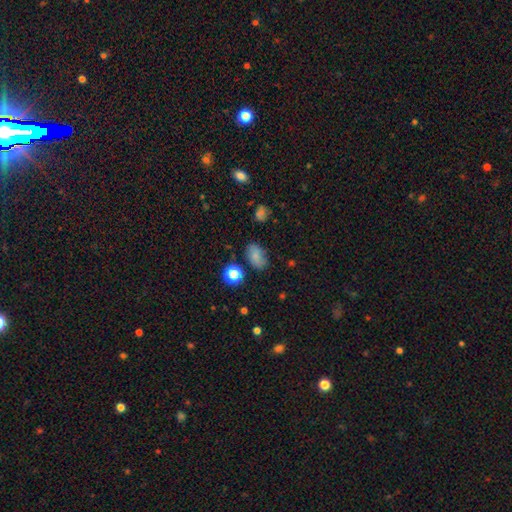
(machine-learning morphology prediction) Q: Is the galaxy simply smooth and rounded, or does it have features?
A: smooth — 75%.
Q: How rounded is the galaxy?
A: in between — 84%.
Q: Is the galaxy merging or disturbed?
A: none — 74%.